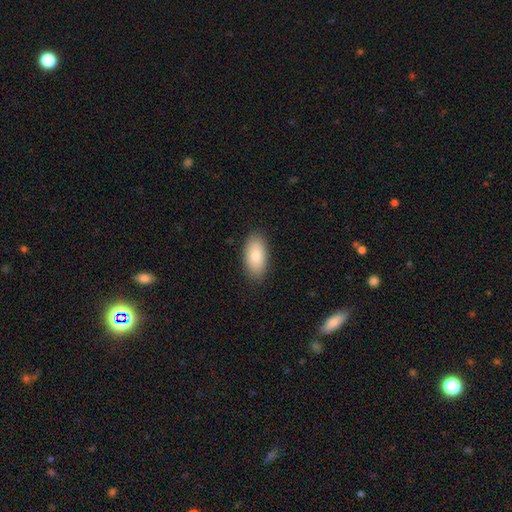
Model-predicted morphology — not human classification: type=smooth (83%); roundness=in between (94%); merging=none (87%).